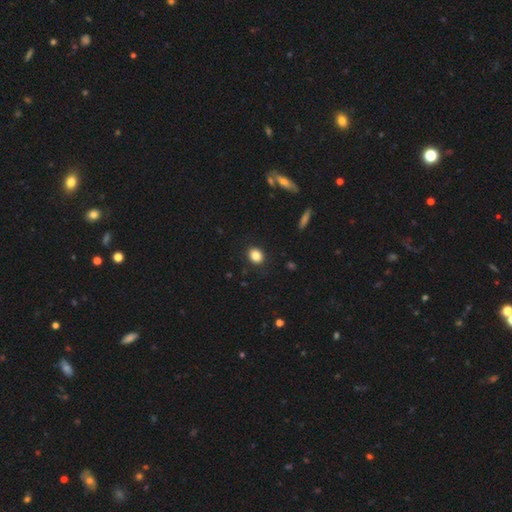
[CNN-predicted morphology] Smooth or featured? Predicted: smooth (p=0.85). How rounded? Predicted: round (p=0.60). Merging? Predicted: none (p=0.89).